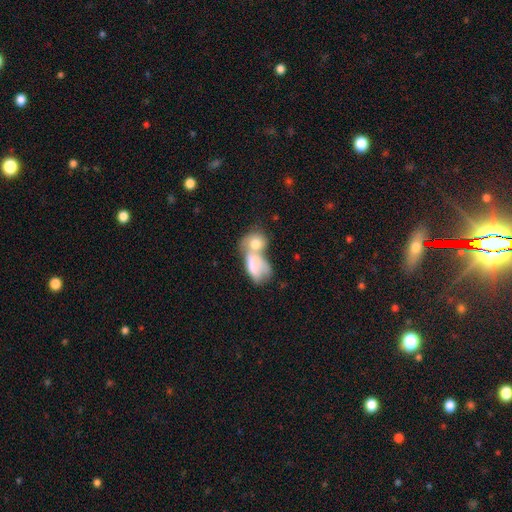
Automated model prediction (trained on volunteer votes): Overall: smooth (45%; featured or disk 42%). Merging: merger (63%).